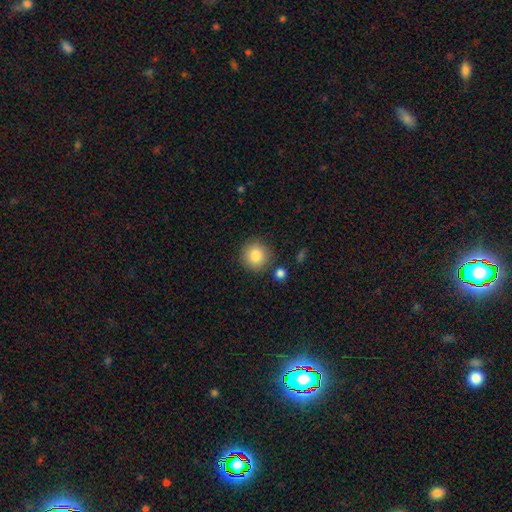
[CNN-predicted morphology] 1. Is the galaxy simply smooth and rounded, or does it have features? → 85% smooth, 9% star or artifact, 6% featured or disk.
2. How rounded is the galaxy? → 93% round, 6% in between, 1% cigar-shaped.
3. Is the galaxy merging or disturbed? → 85% none, 8% minor disturbance, 4% merger, 3% major disturbance.